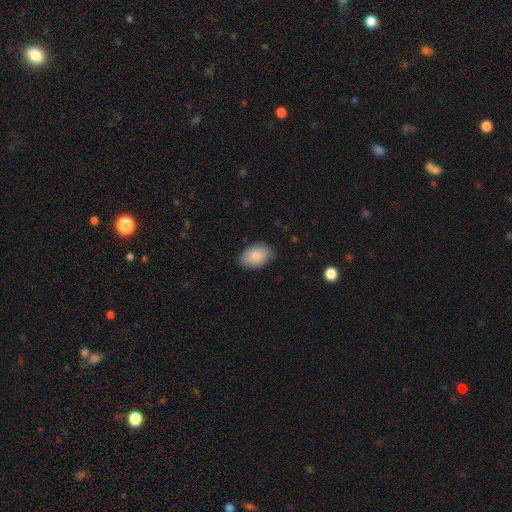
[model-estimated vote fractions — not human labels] This is clearly a smooth galaxy (87%). How rounded: clearly in between (88%). Merging: likely none (79%).